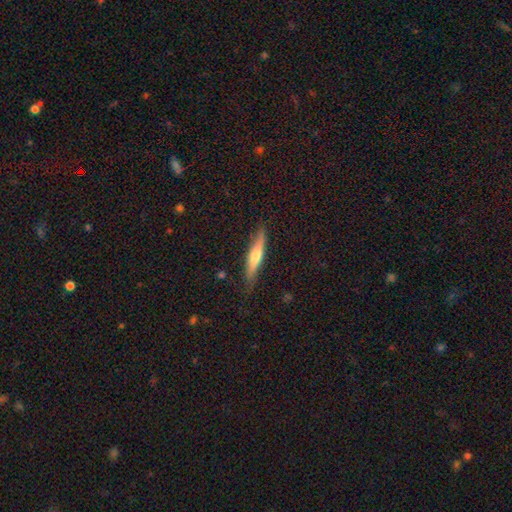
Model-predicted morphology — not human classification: Smooth or featured? smooth (48%)
Merging? none (82%)